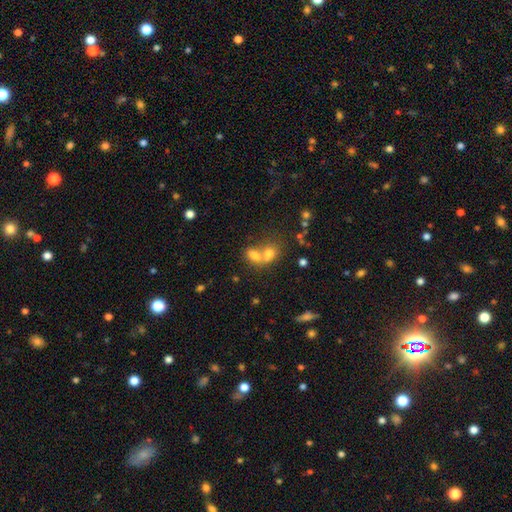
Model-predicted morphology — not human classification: Q: Smooth or featured?
A: smooth (69%); runner-up: featured or disk (17%)
Q: How rounded?
A: in between (67%); runner-up: round (30%)
Q: Merging?
A: merger (65%); runner-up: none (25%)